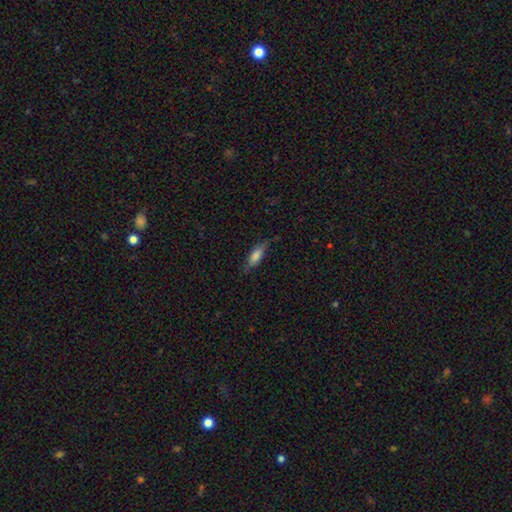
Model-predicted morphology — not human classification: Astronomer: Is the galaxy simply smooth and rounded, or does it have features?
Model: smooth — 66%.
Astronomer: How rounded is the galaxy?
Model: in between — 51% (runner-up: cigar-shaped, 46%).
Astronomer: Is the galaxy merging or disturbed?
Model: none — 70%.